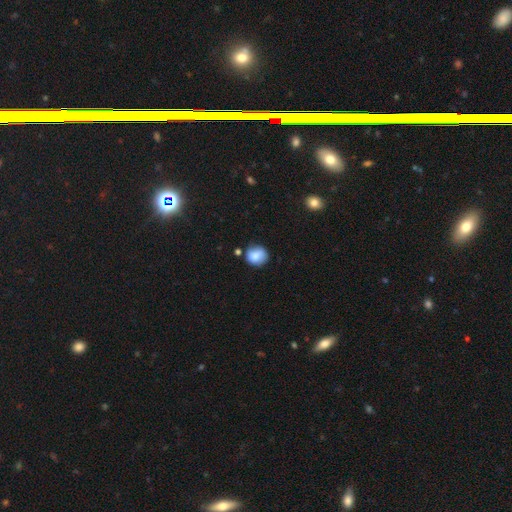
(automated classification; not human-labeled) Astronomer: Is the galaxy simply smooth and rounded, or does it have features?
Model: smooth — 74%.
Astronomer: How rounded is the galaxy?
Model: round — 80%.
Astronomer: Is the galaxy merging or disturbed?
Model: none — 68%.